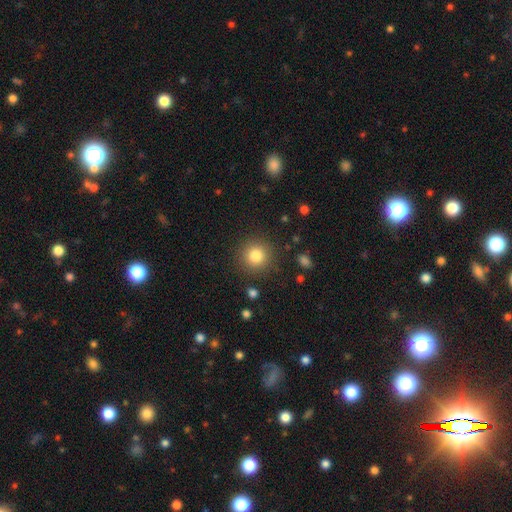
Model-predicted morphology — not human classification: Smooth or featured? smooth (82%)
How rounded? round (93%)
Merging? none (88%)